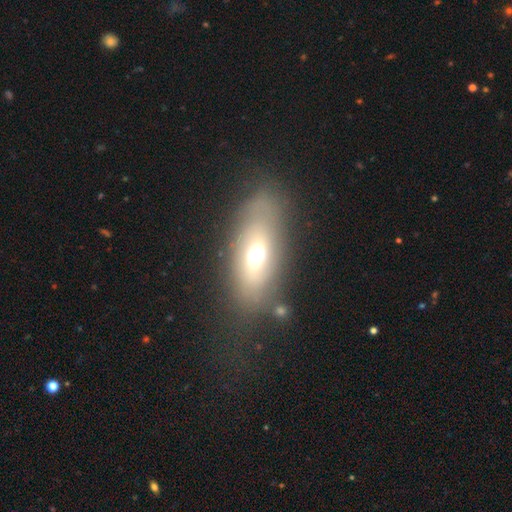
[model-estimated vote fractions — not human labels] Q: Smooth or featured?
A: smooth (55%); runner-up: featured or disk (31%)
Q: How rounded?
A: in between (77%); runner-up: cigar-shaped (15%)
Q: Merging?
A: none (68%); runner-up: minor disturbance (16%)